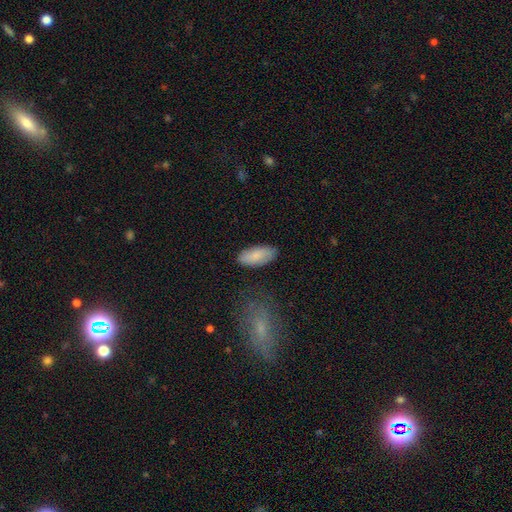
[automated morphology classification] A smooth galaxy with no disk features (83%) that is in between round and cigar-shaped (87%). Merging: none (82%).